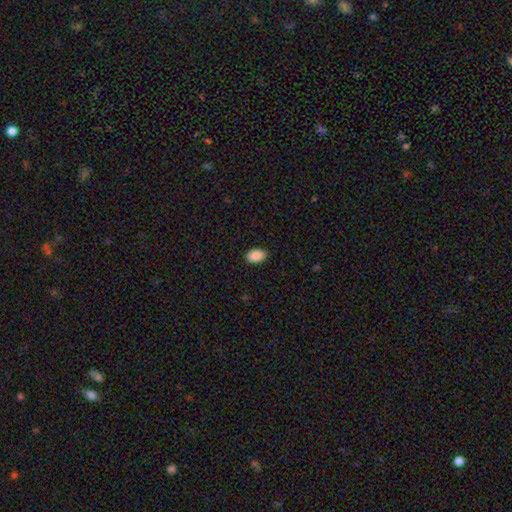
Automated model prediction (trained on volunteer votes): Q: Smooth or featured?
A: smooth (90%); runner-up: star or artifact (7%)
Q: How rounded?
A: in between (90%); runner-up: round (9%)
Q: Merging?
A: none (87%); runner-up: minor disturbance (10%)